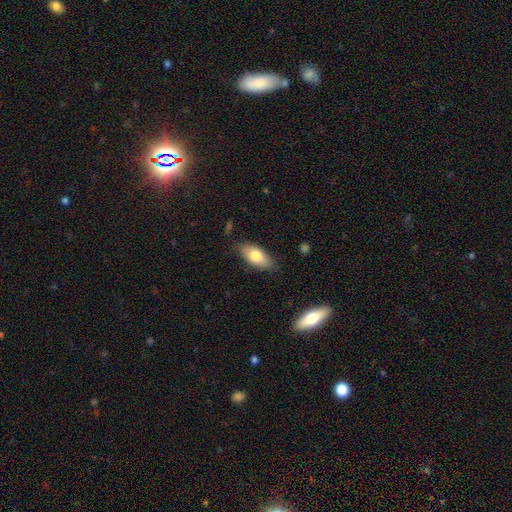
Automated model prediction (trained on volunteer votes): Q: Smooth or featured?
A: smooth (74%); runner-up: featured or disk (19%)
Q: How rounded?
A: in between (87%); runner-up: cigar-shaped (10%)
Q: Merging?
A: none (83%); runner-up: minor disturbance (13%)